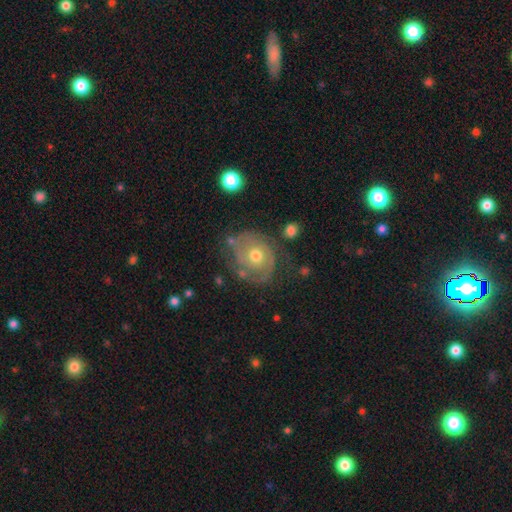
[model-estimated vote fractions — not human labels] Q: Smooth or featured?
A: featured or disk (71%); runner-up: smooth (22%)
Q: Edge-on disk?
A: no (97%); runner-up: yes (3%)
Q: Bar?
A: no (82%); runner-up: weak (16%)
Q: Spiral arms?
A: yes (81%); runner-up: no (19%)
Q: Spiral winding?
A: tight (58%); runner-up: medium (31%)
Q: Spiral arm count?
A: 2 (49%); runner-up: can't tell (27%)
Q: Bulge size?
A: moderate (73%); runner-up: small (20%)
Q: Merging?
A: none (62%); runner-up: minor disturbance (22%)